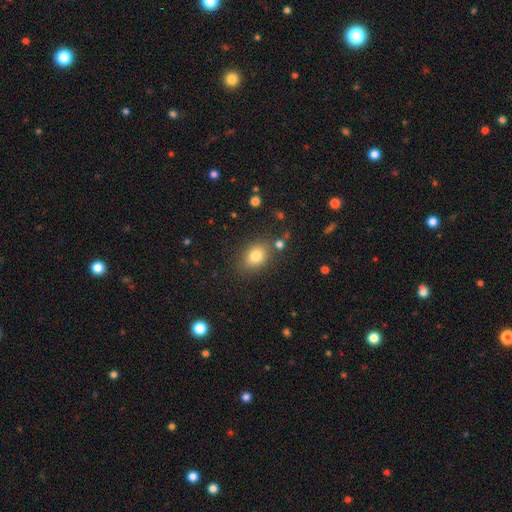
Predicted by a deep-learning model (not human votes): smooth 80%, star or artifact 11%, featured or disk 9%. Down the decision tree: how rounded — in between (63%); merging — none (79%).